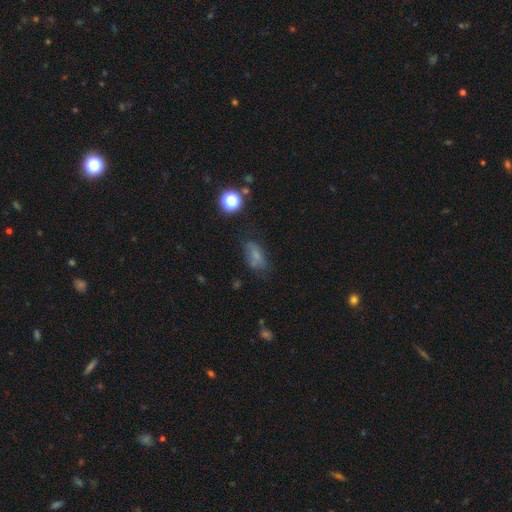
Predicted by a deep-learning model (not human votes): smooth 64%, featured or disk 19%, star or artifact 17%. Down the decision tree: how rounded — in between (82%); merging — none (57%).